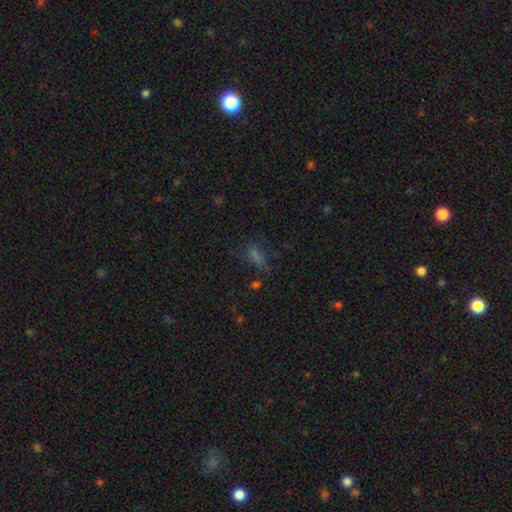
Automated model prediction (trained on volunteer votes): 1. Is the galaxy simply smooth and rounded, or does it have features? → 48% smooth, 37% star or artifact, 16% featured or disk.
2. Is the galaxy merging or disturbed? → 55% none, 20% minor disturbance, 19% major disturbance, 5% merger.